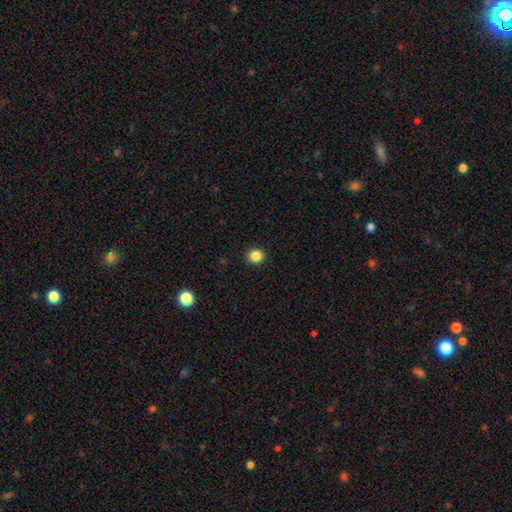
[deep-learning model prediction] smooth-or-featured: smooth: 86% | star or artifact: 11% | featured or disk: 3%
  how-rounded: round: 89% | in between: 10% | cigar-shaped: 1%
  merging: none: 93% | minor disturbance: 5% | major disturbance: 2% | merger: 1%